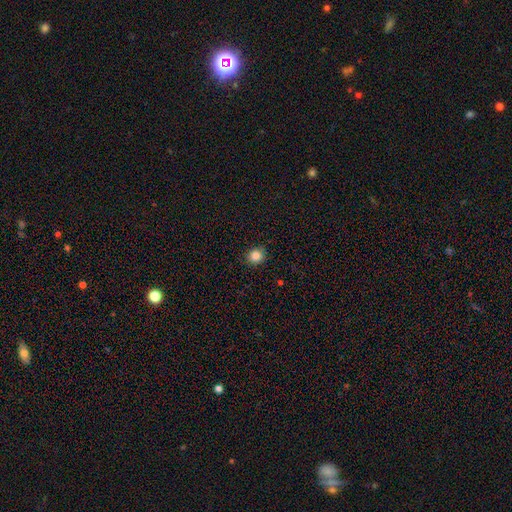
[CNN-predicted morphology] type=smooth (85%); roundness=round (86%); merging=none (89%).